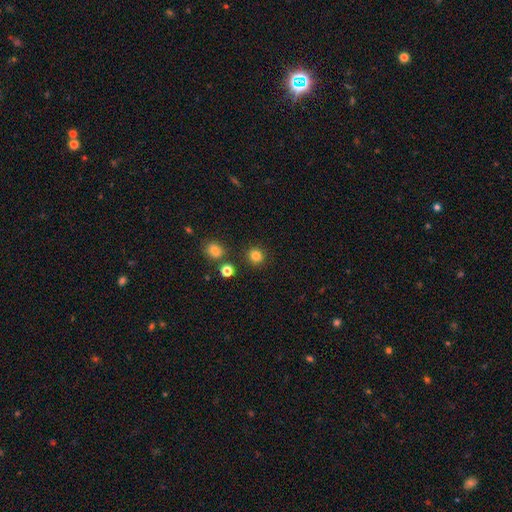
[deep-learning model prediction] A smooth galaxy with no disk features (82%) that is round (90%). Merging: none (88%).